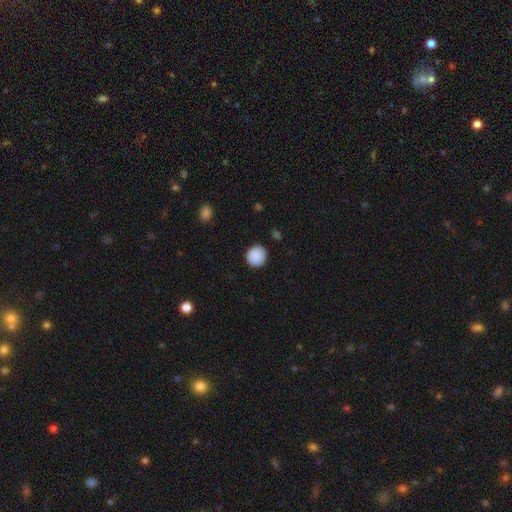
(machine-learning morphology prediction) The model was most divided on "smooth or featured": smooth: 90%, star or artifact: 7%, featured or disk: 3%. More confident: how rounded — round (94%); merging — none (91%).